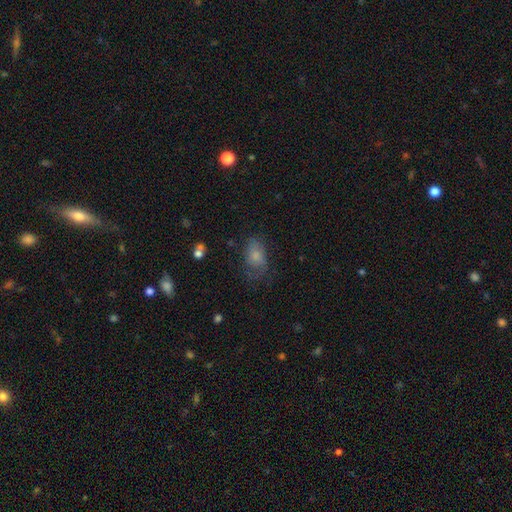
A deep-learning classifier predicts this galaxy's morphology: smooth_or_featured: smooth (p=0.67) [alt: featured or disk p=0.22]
how_rounded: in between (p=0.85) [alt: round p=0.13]
merging: none (p=0.50) [alt: minor disturbance p=0.28]